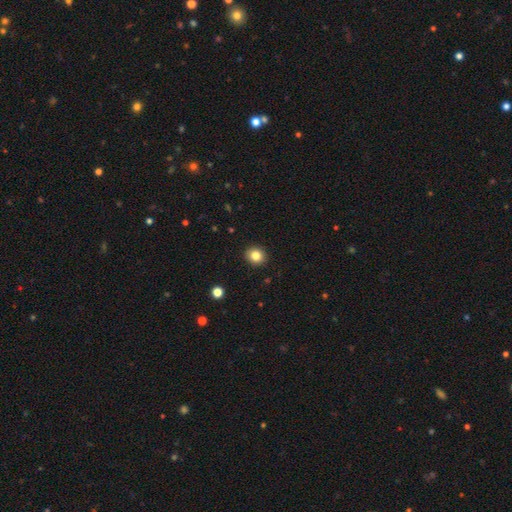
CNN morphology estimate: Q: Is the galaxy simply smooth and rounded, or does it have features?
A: smooth — 83%.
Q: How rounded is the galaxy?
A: round — 83%.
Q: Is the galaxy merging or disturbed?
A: none — 92%.